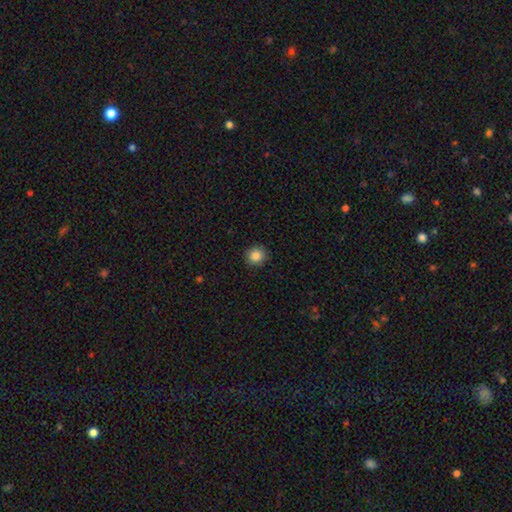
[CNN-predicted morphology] Overall: smooth (86%). How rounded: round (92%). Merging: none (91%).